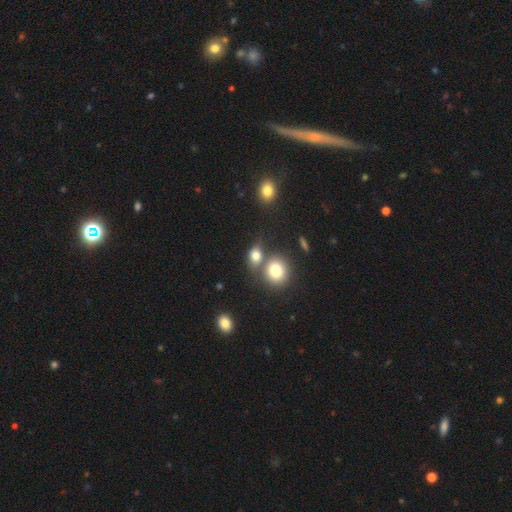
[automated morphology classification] A smooth galaxy with no disk features (76%) that is in between round and cigar-shaped (52%).

Vote fractions:
- Smooth or featured? smooth: 76% / featured or disk: 12% / star or artifact: 12%
- How rounded? in between: 52% / round: 45% / cigar-shaped: 3%
- Merging? none: 48% / merger: 35% / minor disturbance: 11% / major disturbance: 5%